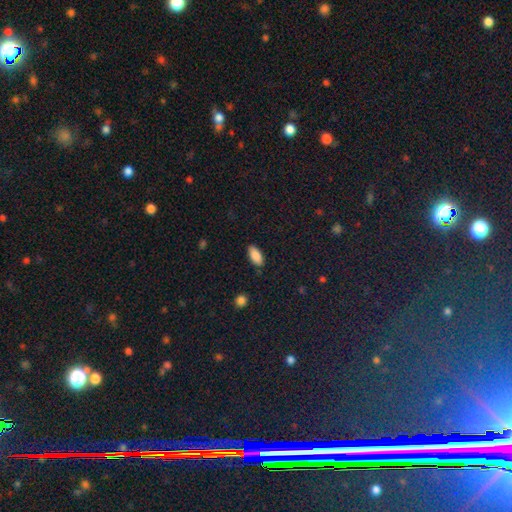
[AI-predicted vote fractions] This appears to be a smooth galaxy with no disk features (87%) that is in between round and cigar-shaped (90%). Merging: none (86%).